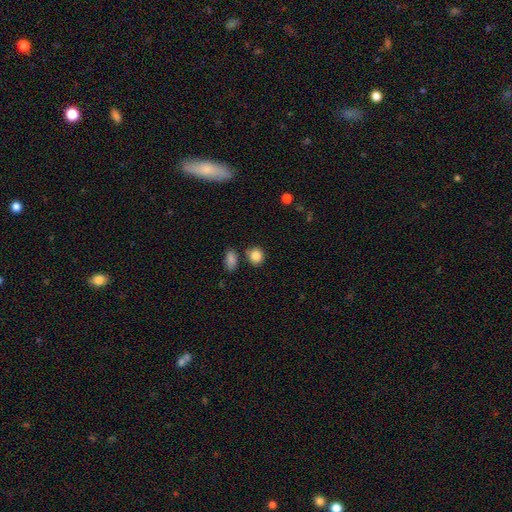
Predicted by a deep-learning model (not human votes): Smooth or featured? Predicted: smooth (p=0.86). How rounded? Predicted: round (p=0.76). Merging? Predicted: none (p=0.78).